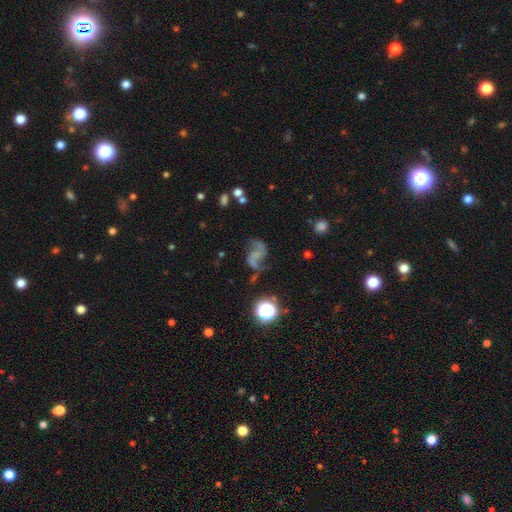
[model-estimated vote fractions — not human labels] The model was most divided on "bar": no: 51%, weak: 33%, strong: 16%. More confident: edge-on disk — no (98%); spiral arms — yes (93%); spiral arm count — 2 (91%); smooth or featured — featured or disk (74%); spiral winding — loose (73%); bulge size — none (71%); merging — none (61%).